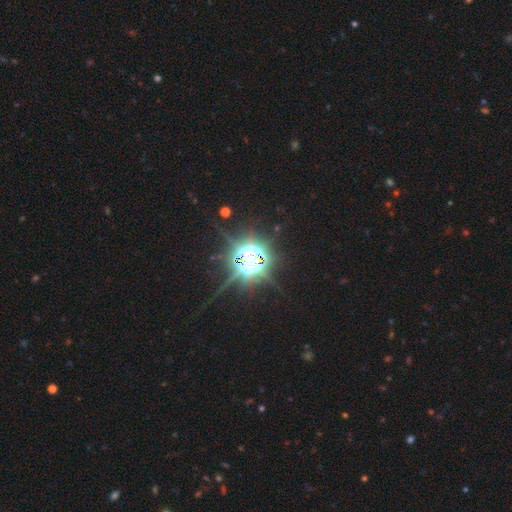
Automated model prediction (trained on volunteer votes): star or artifact 86%, smooth 7%, featured or disk 7%.